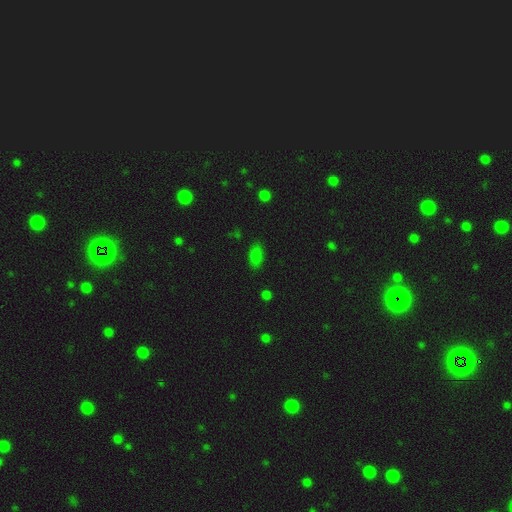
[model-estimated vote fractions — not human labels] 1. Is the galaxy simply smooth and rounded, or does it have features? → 79% smooth, 15% star or artifact, 5% featured or disk.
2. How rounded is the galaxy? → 91% in between, 5% round, 4% cigar-shaped.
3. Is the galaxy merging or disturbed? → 81% none, 13% minor disturbance, 3% major disturbance, 2% merger.